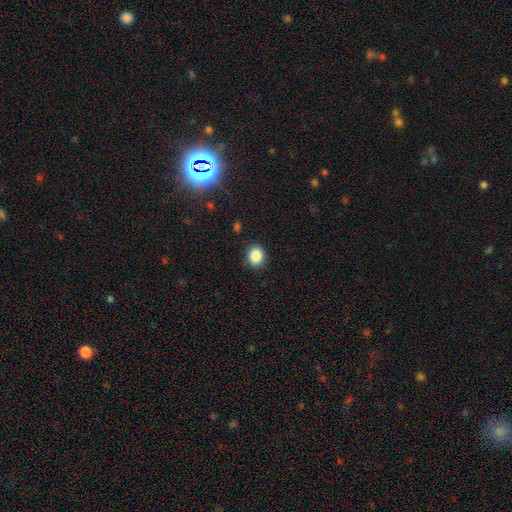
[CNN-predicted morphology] A smooth galaxy with no disk features (86%) that is round (63%). Merging: none (88%).